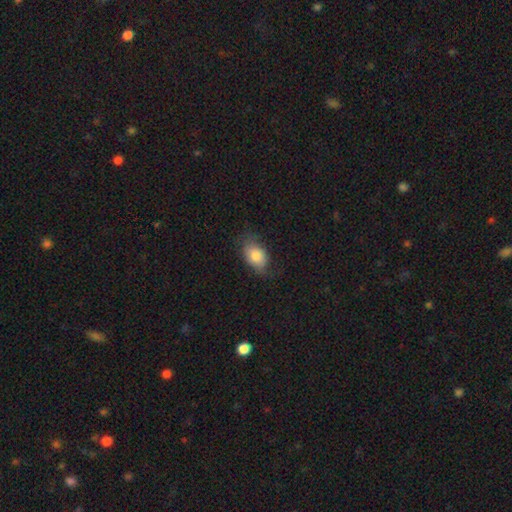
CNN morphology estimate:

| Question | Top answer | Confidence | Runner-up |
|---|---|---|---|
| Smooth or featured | smooth | 81% | featured or disk (12%) |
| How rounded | in between | 86% | round (13%) |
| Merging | none | 65% | minor disturbance (25%) |